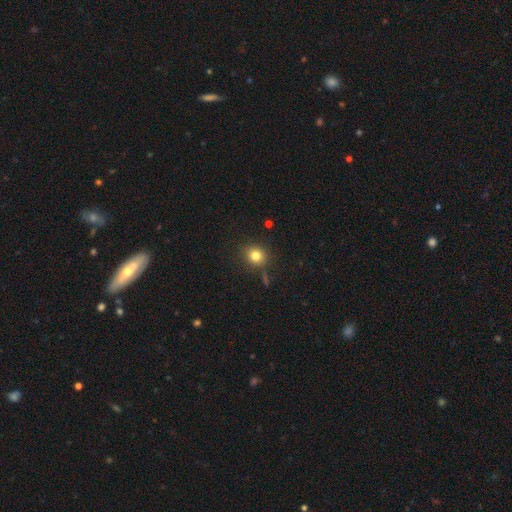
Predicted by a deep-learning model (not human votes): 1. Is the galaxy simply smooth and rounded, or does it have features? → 80% smooth, 13% star or artifact, 7% featured or disk.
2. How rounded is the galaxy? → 86% round, 13% in between, 1% cigar-shaped.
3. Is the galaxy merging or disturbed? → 84% none, 9% minor disturbance, 3% merger, 3% major disturbance.